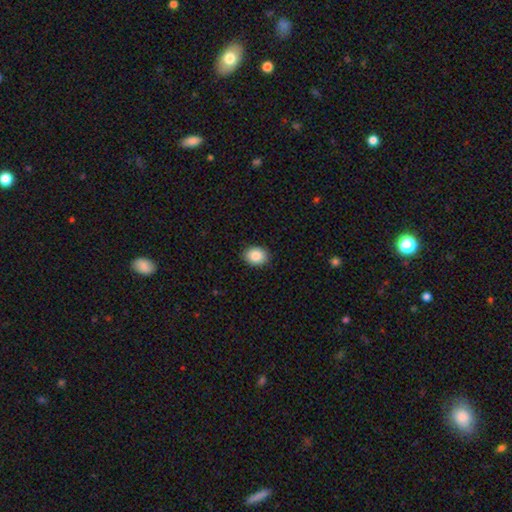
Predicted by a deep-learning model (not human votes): Smooth or featured? Predicted: smooth (p=0.86). How rounded? Predicted: in between (p=0.53). Merging? Predicted: none (p=0.89).